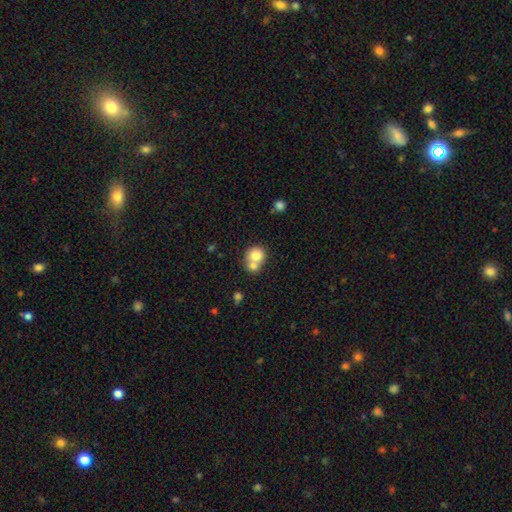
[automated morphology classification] Overall: smooth (76%). How rounded: round (79%). Merging: merger (57%; none 33%).